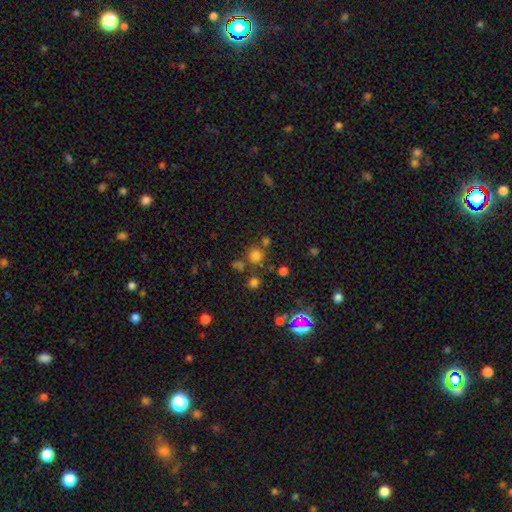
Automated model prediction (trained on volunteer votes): This is likely a smooth galaxy (71%). How rounded: clearly round (90%). Merging: likely none (72%).